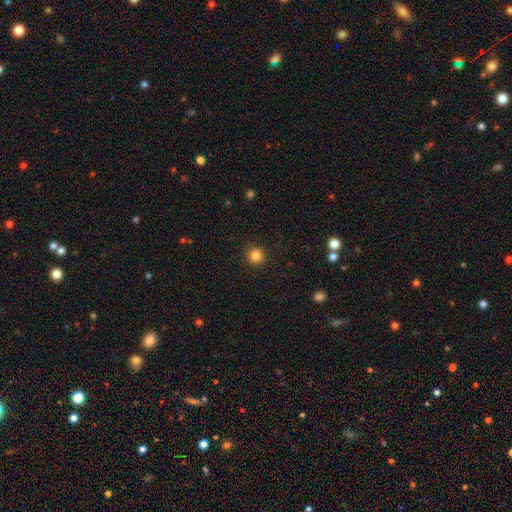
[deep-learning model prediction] smooth 83%, star or artifact 12%, featured or disk 5%. Down the decision tree: how rounded — round (95%); merging — none (92%).